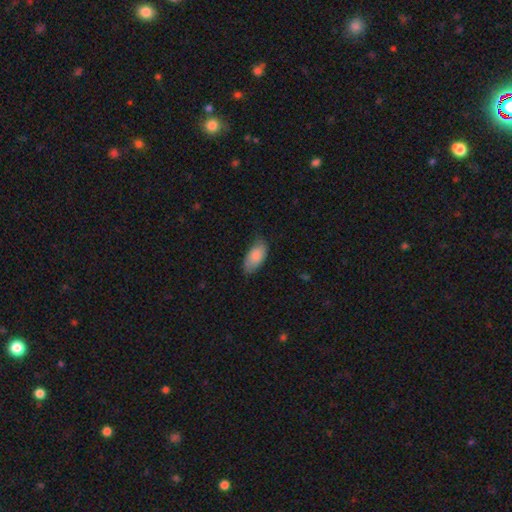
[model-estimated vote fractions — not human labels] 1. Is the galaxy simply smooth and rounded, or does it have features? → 84% smooth, 10% featured or disk, 6% star or artifact.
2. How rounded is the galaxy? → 93% in between, 5% cigar-shaped, 2% round.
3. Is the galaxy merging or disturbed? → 67% none, 27% minor disturbance, 5% major disturbance, 1% merger.